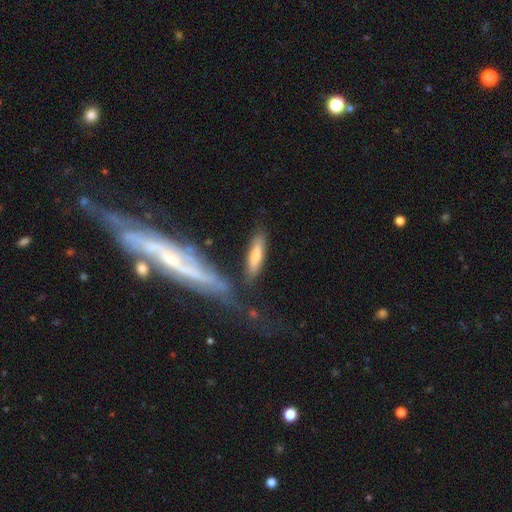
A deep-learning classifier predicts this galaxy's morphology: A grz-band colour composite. It shows a smooth galaxy with no disk features (66%) that is cigar-shaped (69%). Merging: none (66%).